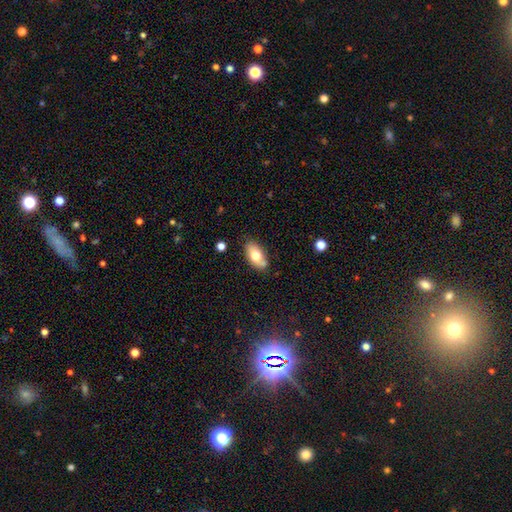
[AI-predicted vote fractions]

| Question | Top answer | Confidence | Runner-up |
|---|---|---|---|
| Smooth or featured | smooth | 70% | featured or disk (23%) |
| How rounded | in between | 91% | round (5%) |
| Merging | none | 76% | minor disturbance (16%) |